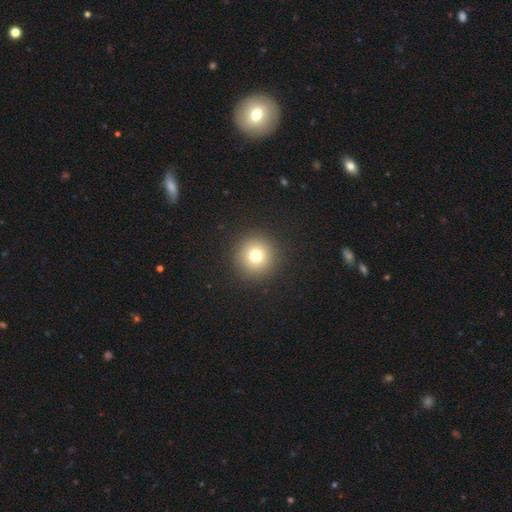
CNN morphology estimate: smooth 76%, star or artifact 14%, featured or disk 10%. Down the decision tree: how rounded — round (96%); merging — none (93%).